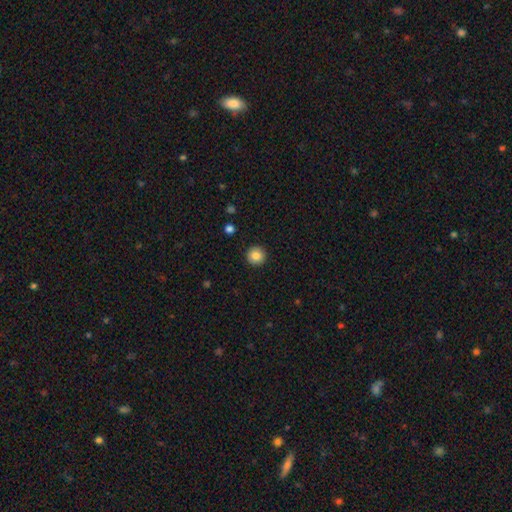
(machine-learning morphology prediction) Q: Smooth or featured?
A: smooth (85%); runner-up: star or artifact (9%)
Q: How rounded?
A: round (96%); runner-up: in between (3%)
Q: Merging?
A: none (93%); runner-up: minor disturbance (5%)